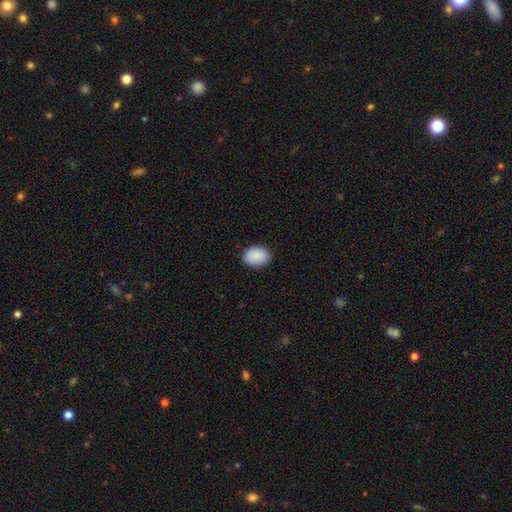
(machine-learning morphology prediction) smooth_or_featured: smooth (p=0.90) [alt: star or artifact p=0.07]
how_rounded: in between (p=0.79) [alt: round p=0.20]
merging: none (p=0.86) [alt: minor disturbance p=0.11]